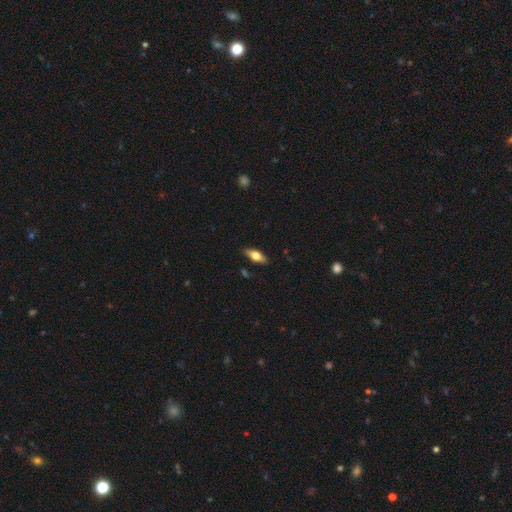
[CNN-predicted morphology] A smooth galaxy with no disk features (63%) that is in between round and cigar-shaped (77%). Merging: none (86%).